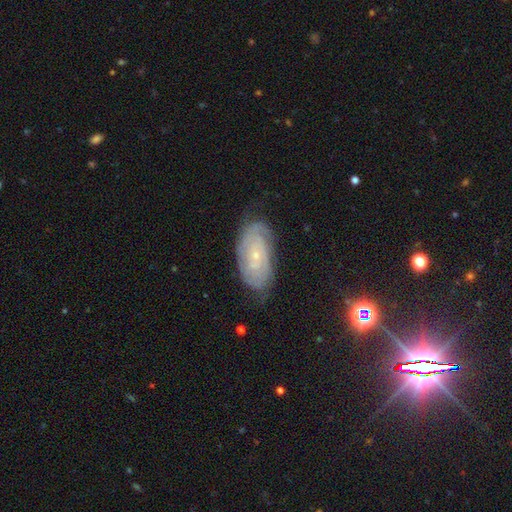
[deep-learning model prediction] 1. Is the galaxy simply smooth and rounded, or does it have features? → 76% featured or disk, 16% smooth, 8% star or artifact.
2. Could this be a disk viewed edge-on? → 94% no, 6% yes.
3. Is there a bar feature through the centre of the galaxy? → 73% no, 22% weak, 5% strong.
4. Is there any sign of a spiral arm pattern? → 91% yes, 9% no.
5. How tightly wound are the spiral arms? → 77% tight, 18% medium, 5% loose.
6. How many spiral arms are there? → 46% can't tell, 25% 2, 12% 3, 8% 4, 5% more than 4, 5% 1.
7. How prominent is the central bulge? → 82% small, 13% moderate, 2% none, 1% large, 1% dominant.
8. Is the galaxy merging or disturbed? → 74% none, 19% minor disturbance, 5% major disturbance, 1% merger.